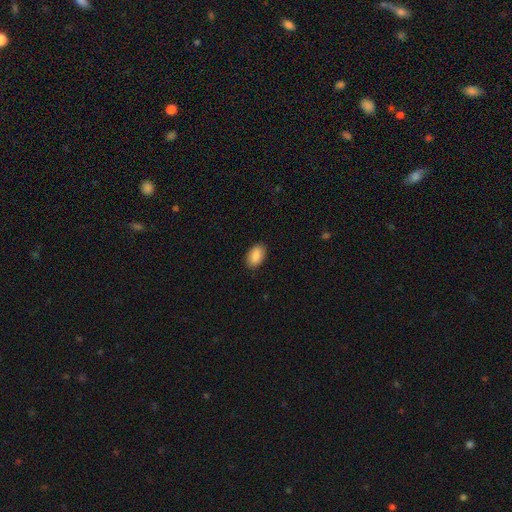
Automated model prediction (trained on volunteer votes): Smooth or featured? Predicted: smooth (p=0.89). How rounded? Predicted: in between (p=0.93). Merging? Predicted: none (p=0.87).